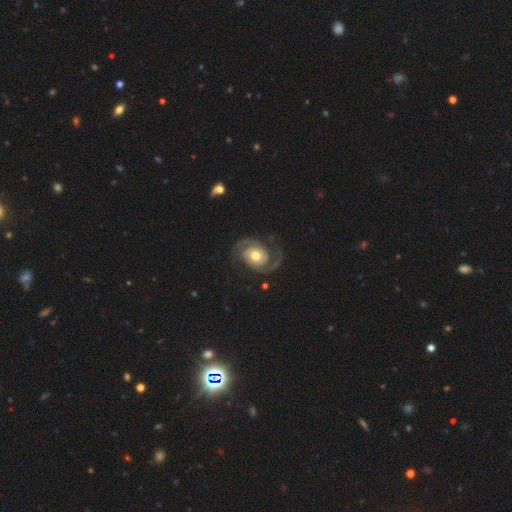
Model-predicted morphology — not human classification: This appears to be a featured or disk galaxy (90%) with no bar (70%), 2 (94%) medium (51%) spiral arms (98%) and a moderate central bulge (73%). Merging: none (81%).